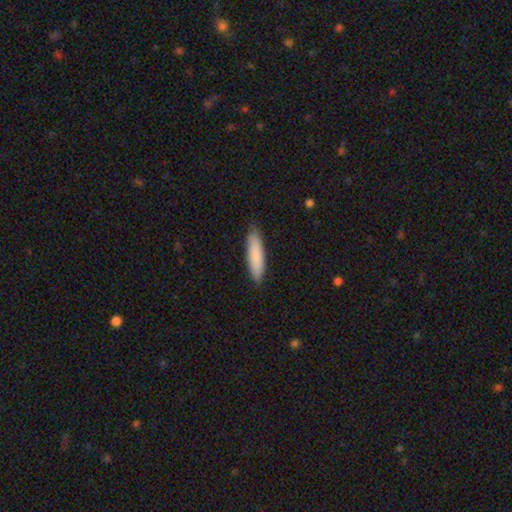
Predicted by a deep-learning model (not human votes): Smooth or featured: smooth — 85% (featured or disk — 9%)
How rounded: cigar-shaped — 78% (in between — 21%)
Merging: none — 86% (minor disturbance — 11%)